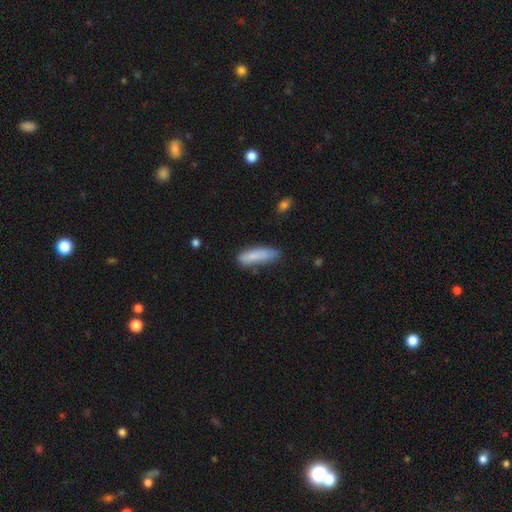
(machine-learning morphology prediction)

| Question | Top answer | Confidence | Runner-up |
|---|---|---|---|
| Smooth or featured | smooth | 81% | featured or disk (13%) |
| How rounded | cigar-shaped | 65% | in between (33%) |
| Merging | none | 64% | minor disturbance (26%) |